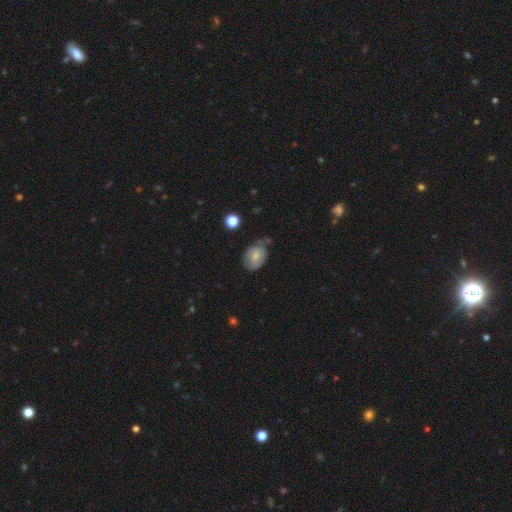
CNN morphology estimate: The model was most divided on "merging": none: 50%, minor disturbance: 33%, major disturbance: 10%, merger: 7%. More confident: smooth or featured — smooth (69%); how rounded — in between (64%).